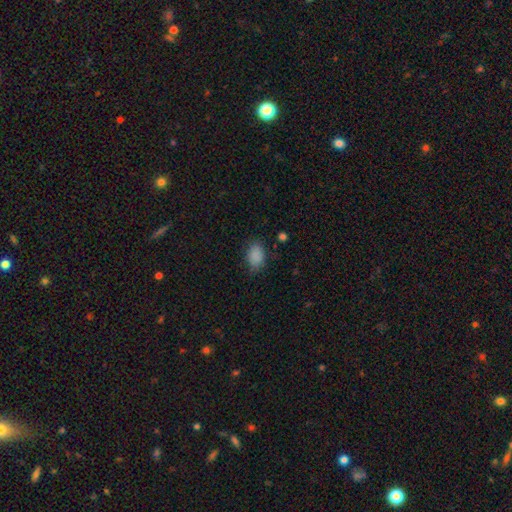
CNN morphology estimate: Smooth or featured: smooth — 86% (star or artifact — 9%)
How rounded: in between — 80% (round — 19%)
Merging: none — 76% (minor disturbance — 17%)